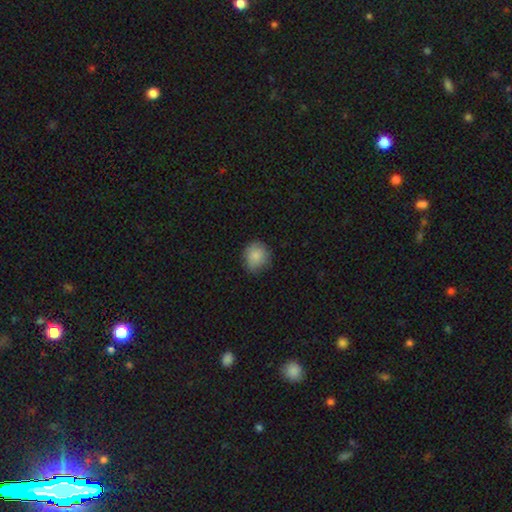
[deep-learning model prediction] smooth-or-featured: smooth: 85% | star or artifact: 8% | featured or disk: 7%
  how-rounded: round: 82% | in between: 17% | cigar-shaped: 1%
  merging: none: 76% | minor disturbance: 20% | major disturbance: 3% | merger: 1%